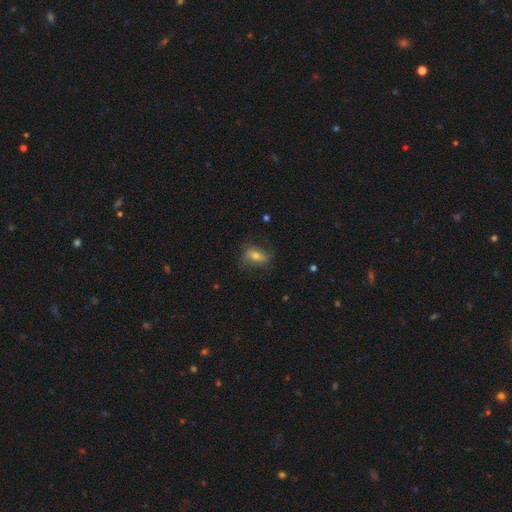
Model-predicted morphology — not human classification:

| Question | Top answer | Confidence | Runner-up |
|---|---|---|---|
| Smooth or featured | smooth | 51% | featured or disk (37%) |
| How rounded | in between | 76% | round (14%) |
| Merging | none | 66% | minor disturbance (22%) |